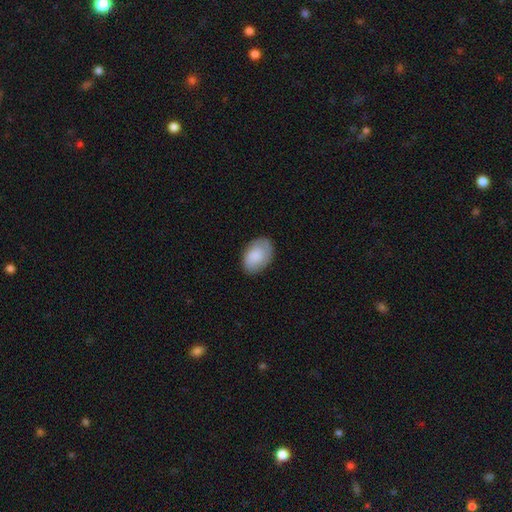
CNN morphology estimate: Overall: smooth (78%). How rounded: in between (88%). Merging: none (78%).